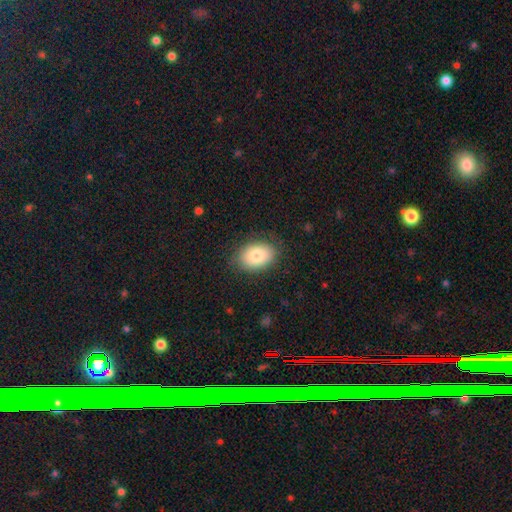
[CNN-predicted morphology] Q: Smooth or featured?
A: smooth (80%); runner-up: featured or disk (12%)
Q: How rounded?
A: in between (77%); runner-up: round (22%)
Q: Merging?
A: none (83%); runner-up: minor disturbance (13%)